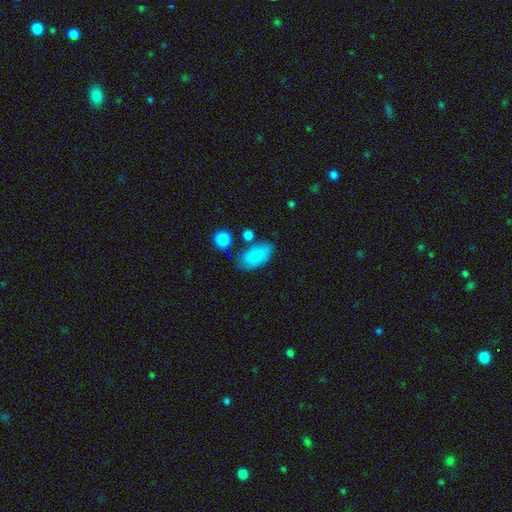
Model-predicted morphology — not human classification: Overall: smooth (85%). How rounded: in between (93%). Merging: none (69%).